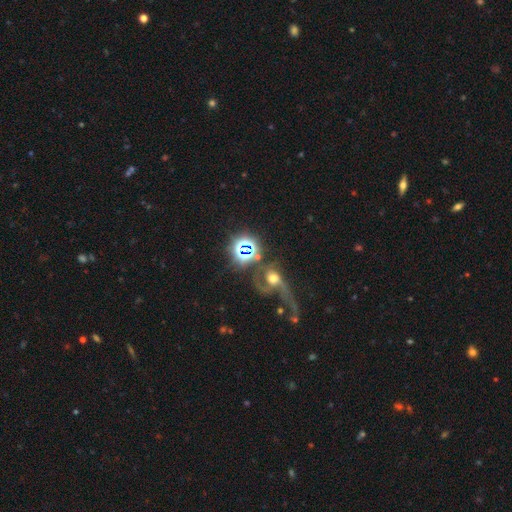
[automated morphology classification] A featured or disk galaxy (42%). Merging: major disturbance (32%).